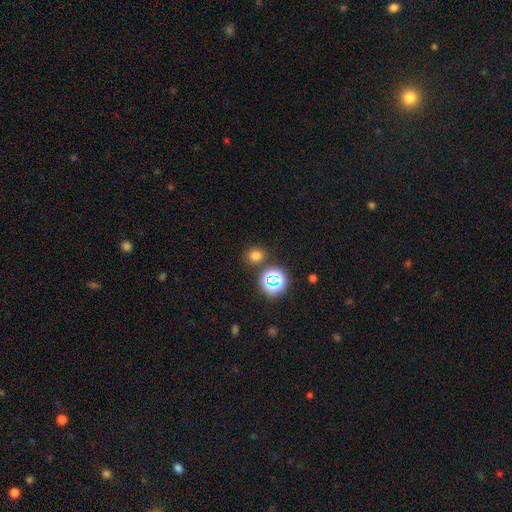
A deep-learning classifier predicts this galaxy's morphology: Q: Smooth or featured?
A: smooth (69%); runner-up: star or artifact (25%)
Q: How rounded?
A: round (78%); runner-up: in between (21%)
Q: Merging?
A: none (81%); runner-up: minor disturbance (8%)